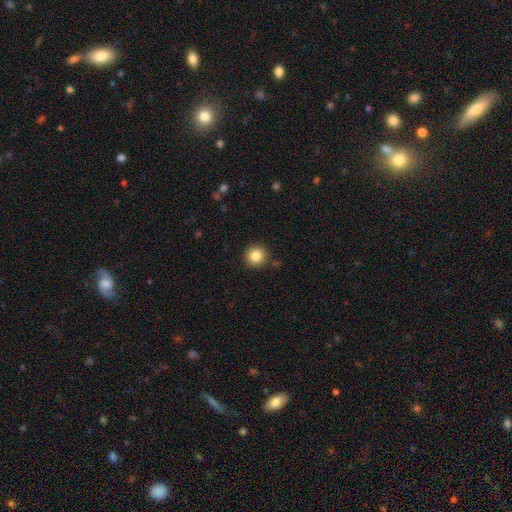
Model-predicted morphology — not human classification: smooth 84%, star or artifact 11%, featured or disk 6%. Down the decision tree: how rounded — round (95%); merging — none (89%).